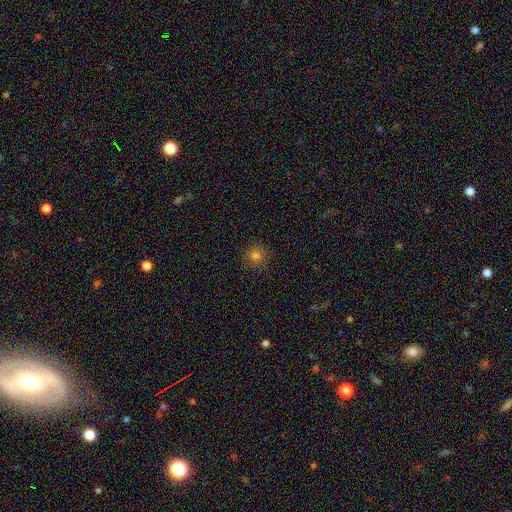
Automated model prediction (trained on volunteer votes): Smooth or featured?
  - smooth: 78% *
  - star or artifact: 15%
  - featured or disk: 7%
How rounded?
  - round: 93% *
  - in between: 6%
  - cigar-shaped: 1%
Merging?
  - none: 89% *
  - minor disturbance: 8%
  - major disturbance: 2%
  - merger: 1%